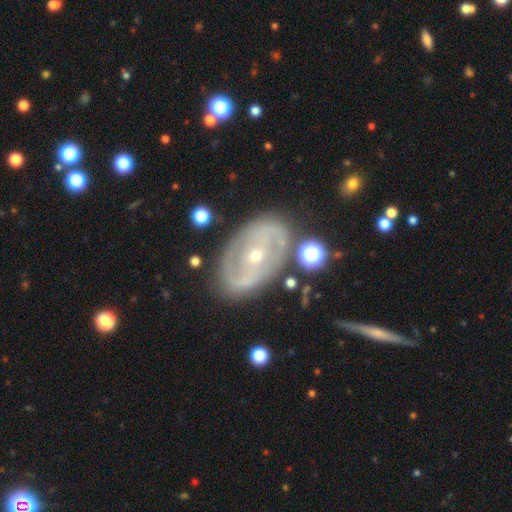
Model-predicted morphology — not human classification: A featured or disk galaxy (79%) with no bar (50%), spiral arms (64%) and a small central bulge (65%). Merging: none (75%).